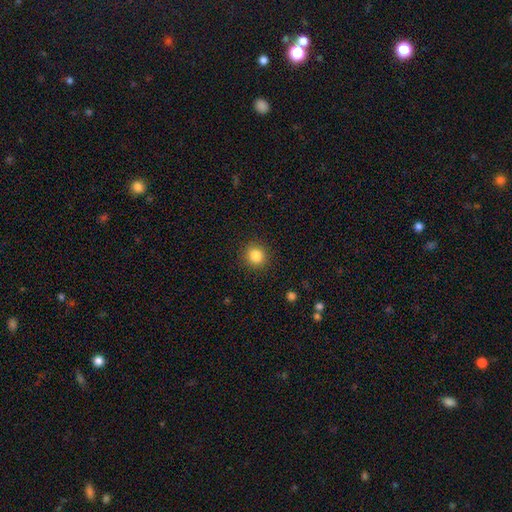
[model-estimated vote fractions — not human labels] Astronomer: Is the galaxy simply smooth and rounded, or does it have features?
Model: smooth — 84%.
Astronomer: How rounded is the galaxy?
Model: round — 93%.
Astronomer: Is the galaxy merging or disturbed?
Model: none — 91%.